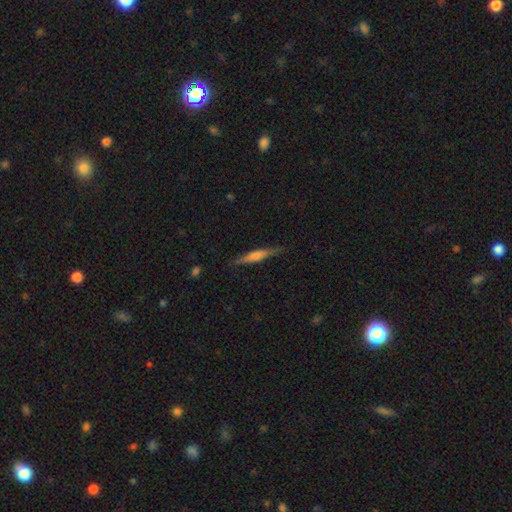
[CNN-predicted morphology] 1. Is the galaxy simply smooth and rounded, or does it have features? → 57% featured or disk, 37% smooth, 7% star or artifact.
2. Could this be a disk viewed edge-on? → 97% yes, 3% no.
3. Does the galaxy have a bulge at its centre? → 53% rounded, 28% boxy, 18% none.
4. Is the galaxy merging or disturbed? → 87% none, 10% minor disturbance, 2% major disturbance, 1% merger.